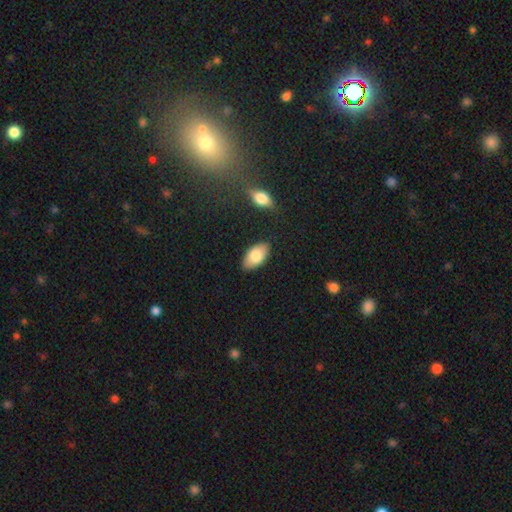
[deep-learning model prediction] This appears to be a smooth galaxy with no disk features (80%) that is in between round and cigar-shaped (95%). Merging: none (85%).